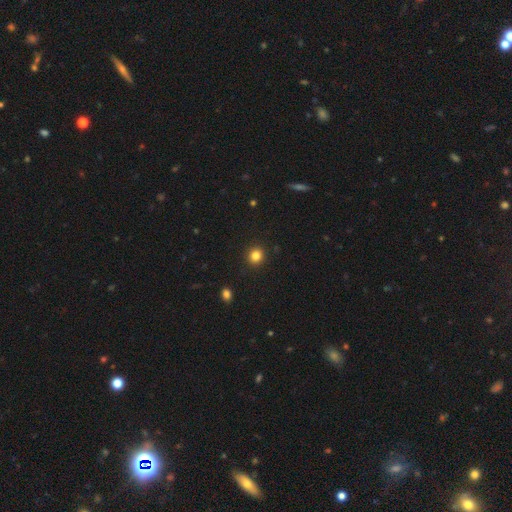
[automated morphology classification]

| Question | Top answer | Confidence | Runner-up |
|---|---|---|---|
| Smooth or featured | smooth | 83% | star or artifact (12%) |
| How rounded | round | 88% | in between (11%) |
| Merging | none | 92% | minor disturbance (5%) |